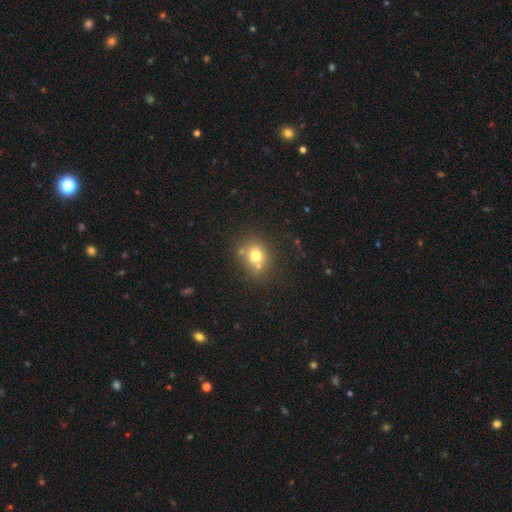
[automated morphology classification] Smooth or featured? Predicted: smooth (p=0.71). How rounded? Predicted: round (p=0.74). Merging? Predicted: none (p=0.60).